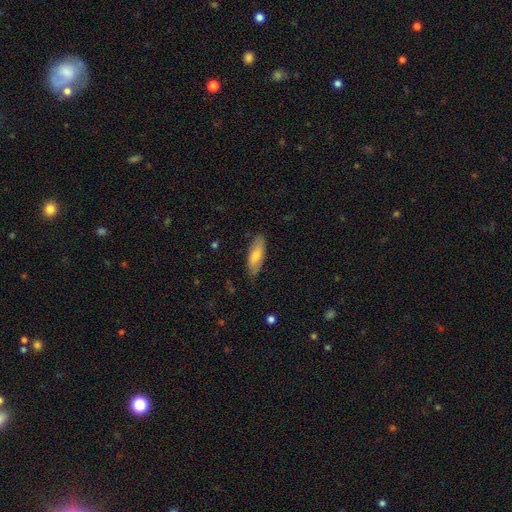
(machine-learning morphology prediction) smooth-or-featured: smooth: 70% | featured or disk: 24% | star or artifact: 6%
  how-rounded: in between: 69% | cigar-shaped: 29% | round: 2%
  merging: none: 82% | minor disturbance: 14% | major disturbance: 2% | merger: 1%